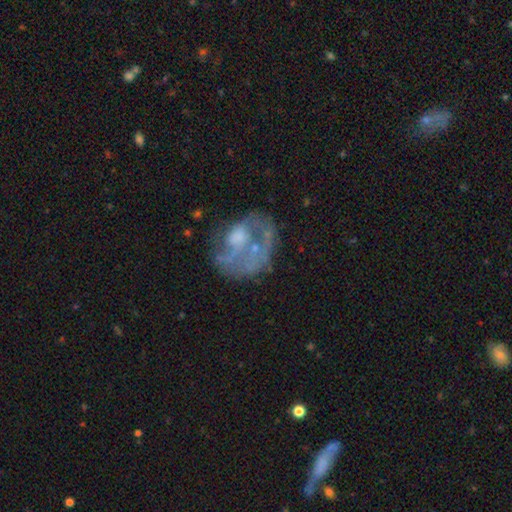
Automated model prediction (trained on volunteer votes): Smooth or featured?
  - featured or disk: 65% *
  - smooth: 24%
  - star or artifact: 11%
Edge-on disk?
  - no: 98% *
  - yes: 2%
Bar?
  - no: 83% *
  - weak: 14%
  - strong: 3%
Spiral arms?
  - no: 62% *
  - yes: 38%
Bulge size?
  - none: 35% *
  - moderate: 33%
  - small: 24%
  - large: 6%
  - dominant: 2%
Merging?
  - none: 39% *
  - major disturbance: 34%
  - minor disturbance: 18%
  - merger: 9%